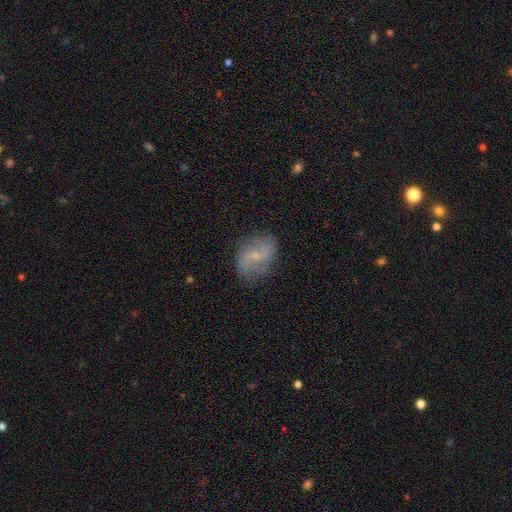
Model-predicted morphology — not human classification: smooth_or_featured: featured or disk (p=0.71) [alt: smooth p=0.21]
disk_edge_on: no (p=0.97) [alt: yes p=0.03]
bar: no (p=0.52) [alt: weak p=0.39]
has_spiral_arms: yes (p=0.90) [alt: no p=0.10]
spiral_winding: loose (p=0.50) [alt: medium p=0.36]
spiral_arm_count: 2 (p=0.74) [alt: can't tell p=0.13]
bulge_size: small (p=0.71) [alt: moderate p=0.22]
merging: none (p=0.70) [alt: minor disturbance p=0.20]